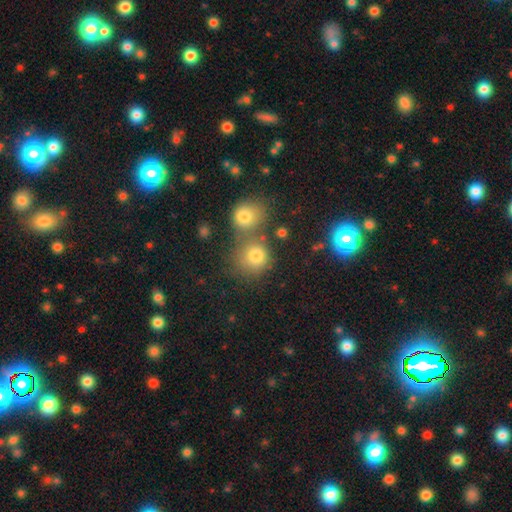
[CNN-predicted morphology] A smooth galaxy with no disk features (78%) that is round (84%).

Vote fractions:
- Smooth or featured? smooth: 78% / star or artifact: 14% / featured or disk: 8%
- How rounded? round: 84% / in between: 15% / cigar-shaped: 1%
- Merging? none: 49% / merger: 38% / minor disturbance: 9% / major disturbance: 5%